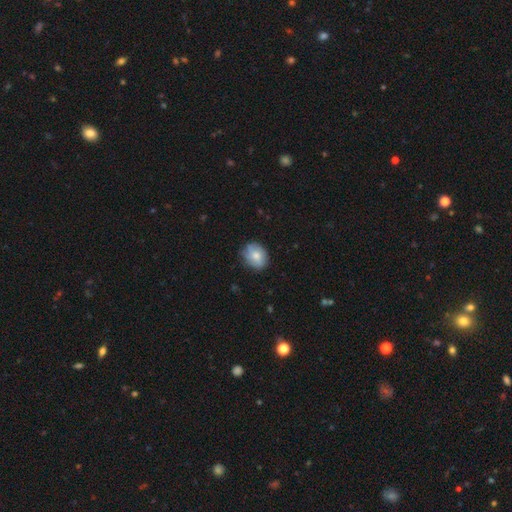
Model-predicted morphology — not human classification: smooth 69%, featured or disk 23%, star or artifact 7%. Down the decision tree: how rounded — round (53%); merging — none (72%).